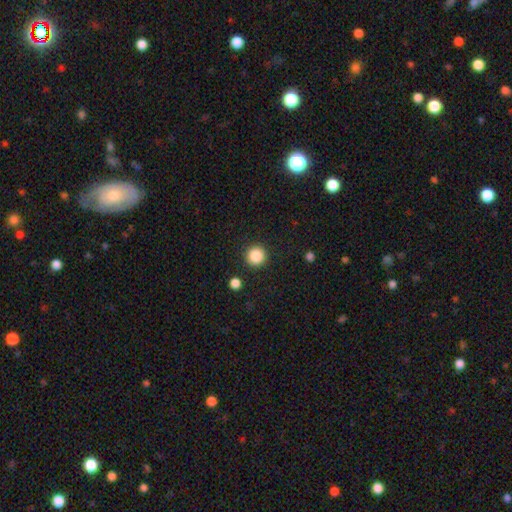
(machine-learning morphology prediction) Q: Smooth or featured?
A: smooth (87%); runner-up: star or artifact (10%)
Q: How rounded?
A: round (95%); runner-up: in between (4%)
Q: Merging?
A: none (91%); runner-up: minor disturbance (5%)